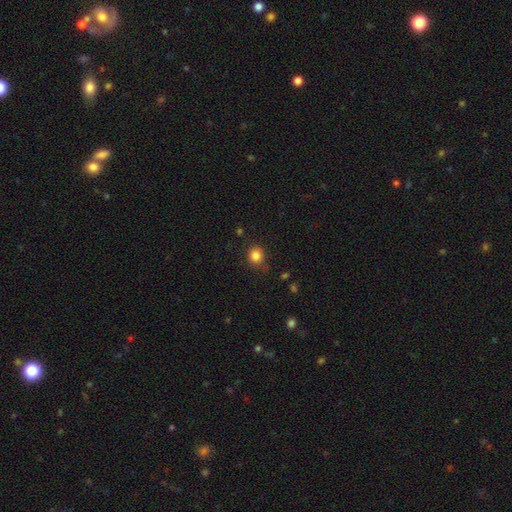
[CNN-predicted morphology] type=smooth (84%); roundness=round (87%); merging=none (85%).